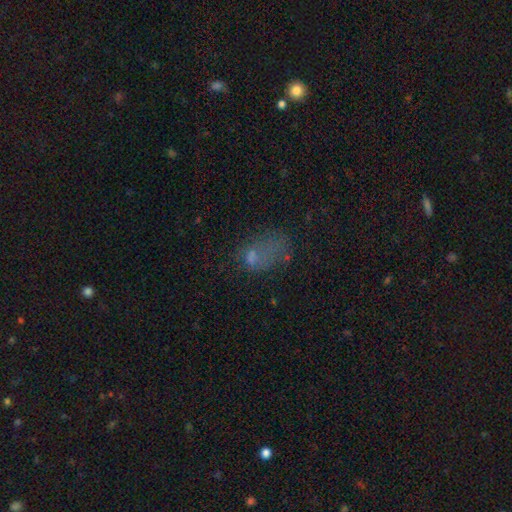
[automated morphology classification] type=smooth (55%); roundness=in between (81%); merging=major disturbance (37%).